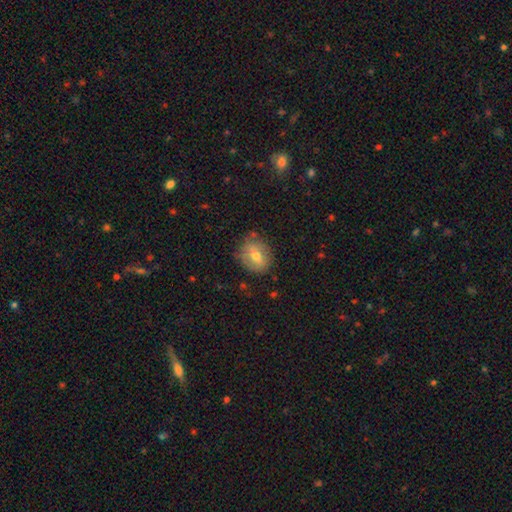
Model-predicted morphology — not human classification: Smooth or featured? Predicted: smooth (p=0.58). How rounded? Predicted: round (p=0.65). Merging? Predicted: none (p=0.80).